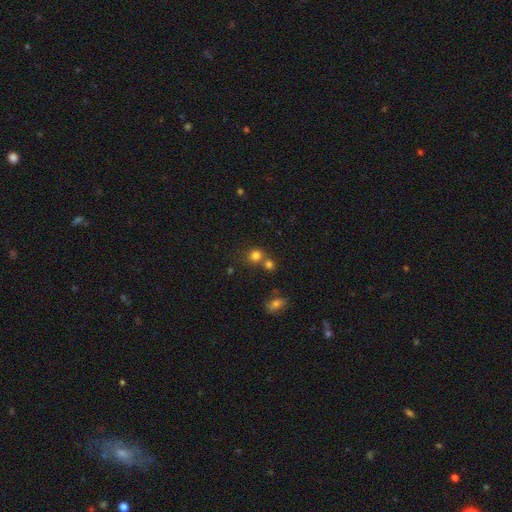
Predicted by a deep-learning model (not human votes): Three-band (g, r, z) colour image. It shows a smooth galaxy with no disk features (79%) that is round (86%). Merging: none (56%).